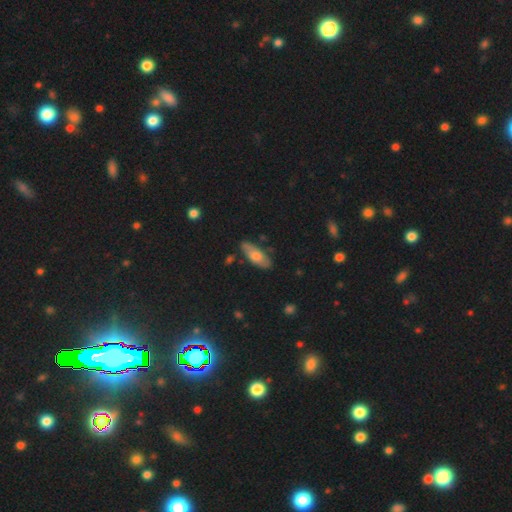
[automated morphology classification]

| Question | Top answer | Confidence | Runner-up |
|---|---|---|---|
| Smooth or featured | smooth | 64% | featured or disk (28%) |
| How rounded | in between | 77% | cigar-shaped (21%) |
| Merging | none | 78% | minor disturbance (16%) |